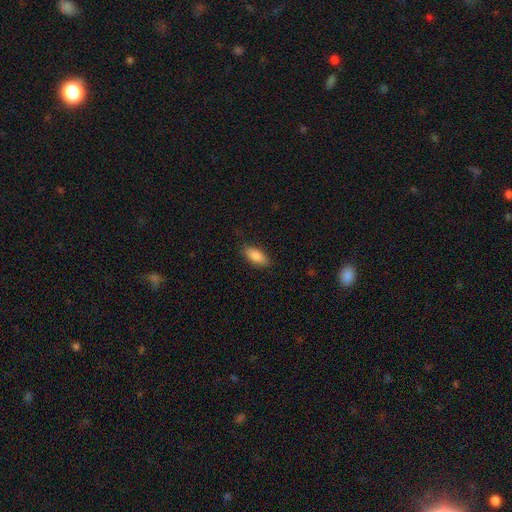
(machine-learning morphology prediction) Smooth or featured? smooth (86%)
How rounded? in between (85%)
Merging? none (84%)